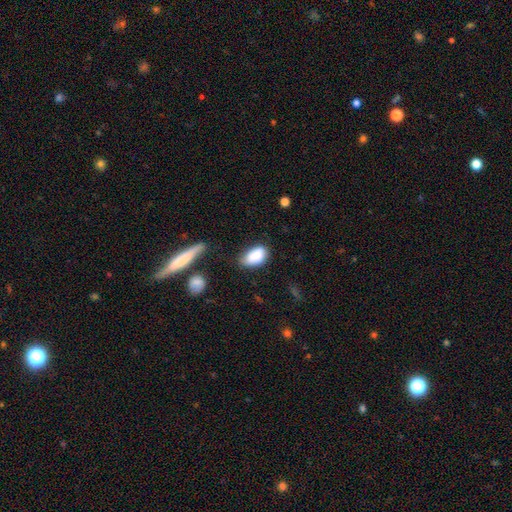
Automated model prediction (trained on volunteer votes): This is clearly a smooth galaxy (83%). How rounded: clearly in between (91%). Merging: possibly none (53%).